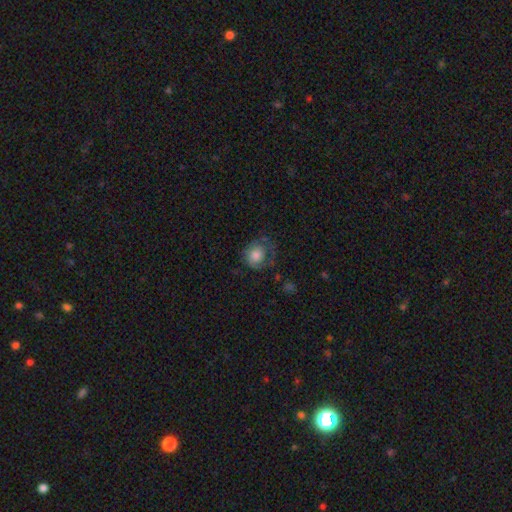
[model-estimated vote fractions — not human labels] Smooth or featured? Predicted: smooth (p=0.64). How rounded? Predicted: round (p=0.74). Merging? Predicted: none (p=0.46).